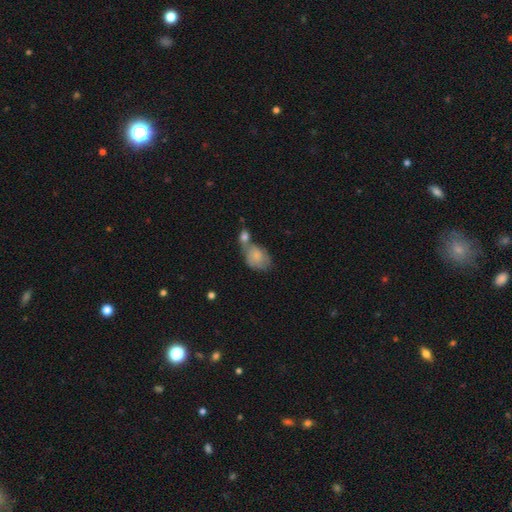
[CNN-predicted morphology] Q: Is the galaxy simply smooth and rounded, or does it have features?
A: smooth — 73%.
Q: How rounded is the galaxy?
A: in between — 78%.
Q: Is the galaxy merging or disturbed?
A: merger — 55%.